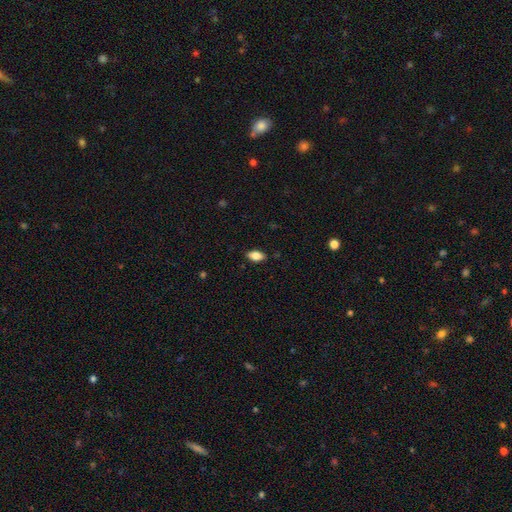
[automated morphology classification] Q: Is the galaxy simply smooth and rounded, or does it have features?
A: smooth — 81%.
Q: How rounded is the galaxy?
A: in between — 90%.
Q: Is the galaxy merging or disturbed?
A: none — 85%.